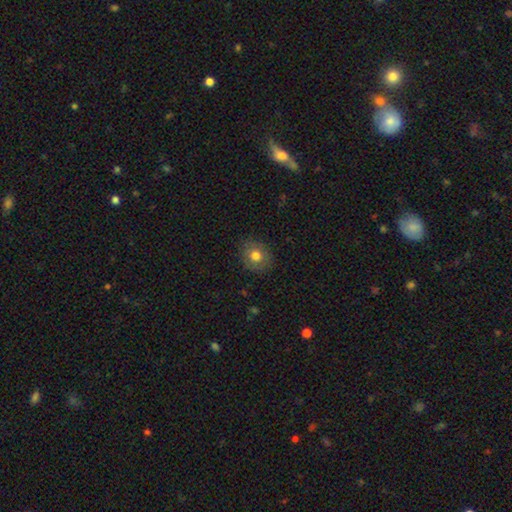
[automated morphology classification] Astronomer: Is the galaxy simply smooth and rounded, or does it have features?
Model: smooth — 76%.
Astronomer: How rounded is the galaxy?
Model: round — 73%.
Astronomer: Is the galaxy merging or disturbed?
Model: none — 85%.